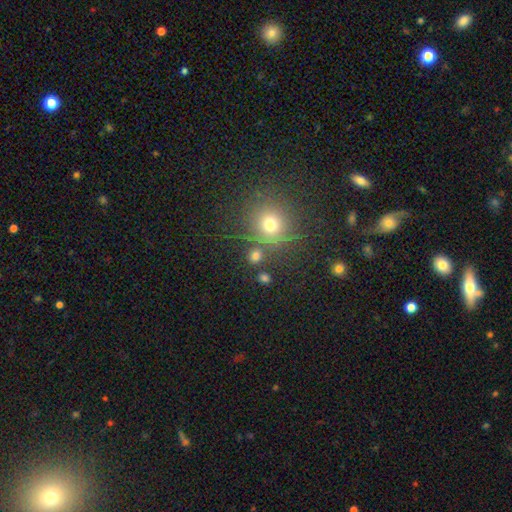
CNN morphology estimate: A smooth galaxy with no disk features (73%) that is round (86%).

Vote fractions:
- Smooth or featured? smooth: 73% / star or artifact: 20% / featured or disk: 7%
- How rounded? round: 86% / in between: 13% / cigar-shaped: 1%
- Merging? none: 79% / merger: 9% / minor disturbance: 8% / major disturbance: 4%